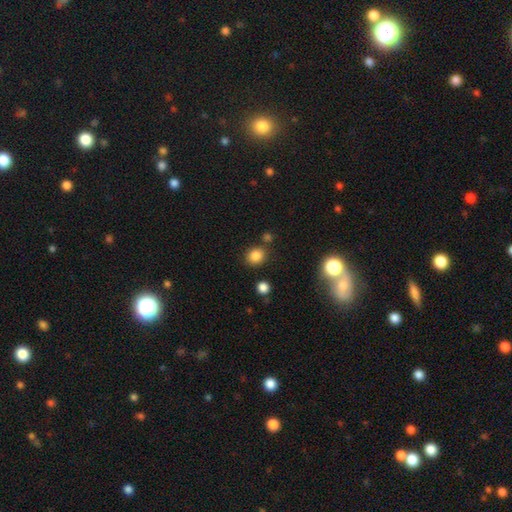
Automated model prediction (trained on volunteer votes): Q: Smooth or featured?
A: smooth (83%); runner-up: star or artifact (12%)
Q: How rounded?
A: round (71%); runner-up: in between (28%)
Q: Merging?
A: none (79%); runner-up: minor disturbance (10%)